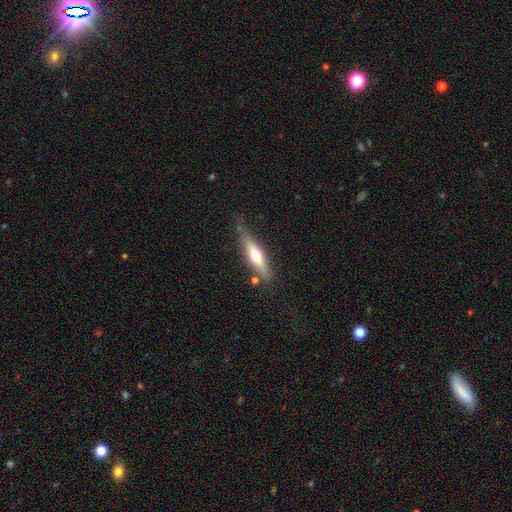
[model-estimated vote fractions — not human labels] smooth_or_featured: featured or disk (p=0.49) [alt: smooth p=0.46]
merging: none (p=0.74) [alt: minor disturbance p=0.17]